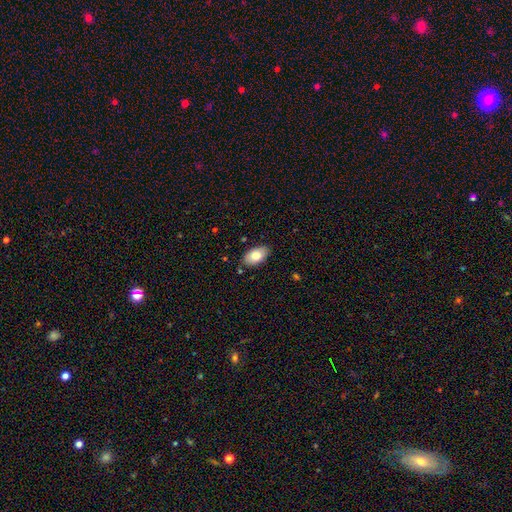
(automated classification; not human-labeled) Smooth or featured?
  - smooth: 83% *
  - featured or disk: 11%
  - star or artifact: 6%
How rounded?
  - in between: 95% *
  - round: 3%
  - cigar-shaped: 2%
Merging?
  - none: 85% *
  - minor disturbance: 11%
  - major disturbance: 2%
  - merger: 2%